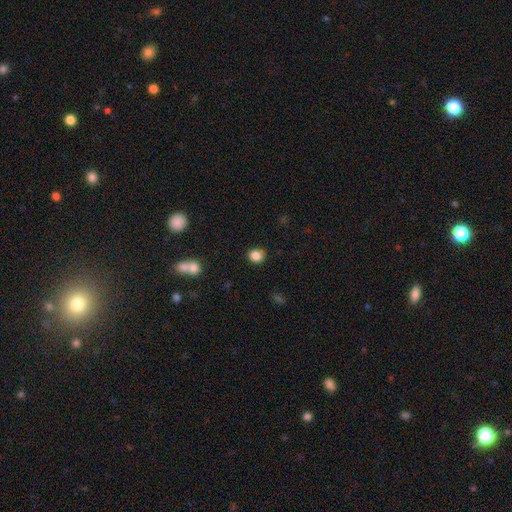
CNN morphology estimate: Smooth or featured? smooth (85%)
How rounded? round (73%)
Merging? none (85%)